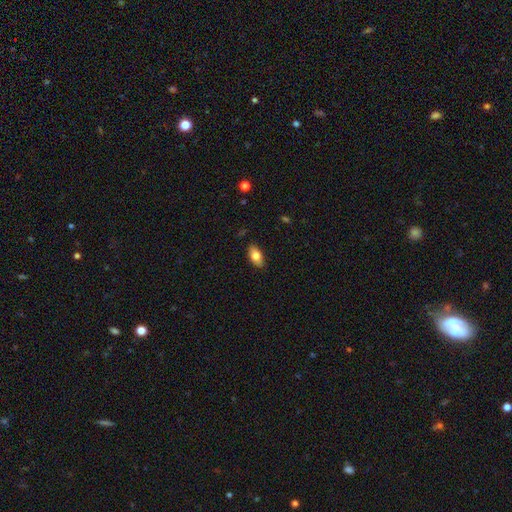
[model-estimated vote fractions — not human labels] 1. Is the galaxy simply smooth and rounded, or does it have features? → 79% smooth, 14% featured or disk, 7% star or artifact.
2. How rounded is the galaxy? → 90% in between, 6% cigar-shaped, 4% round.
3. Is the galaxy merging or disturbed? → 87% none, 10% minor disturbance, 2% major disturbance, 1% merger.